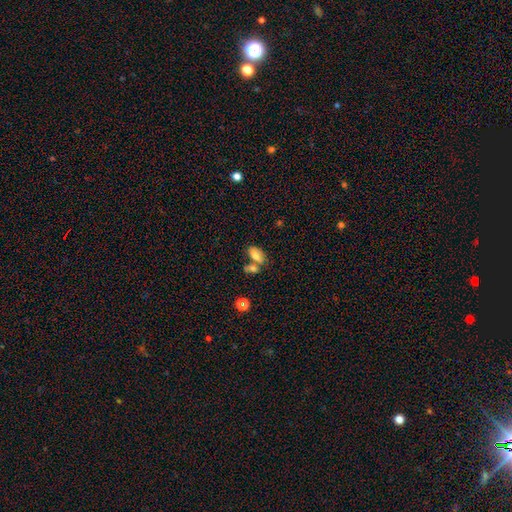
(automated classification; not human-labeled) smooth-or-featured: smooth: 72% | featured or disk: 18% | star or artifact: 10%
  how-rounded: in between: 89% | round: 6% | cigar-shaped: 5%
  merging: none: 42% | merger: 40% | minor disturbance: 12% | major disturbance: 5%